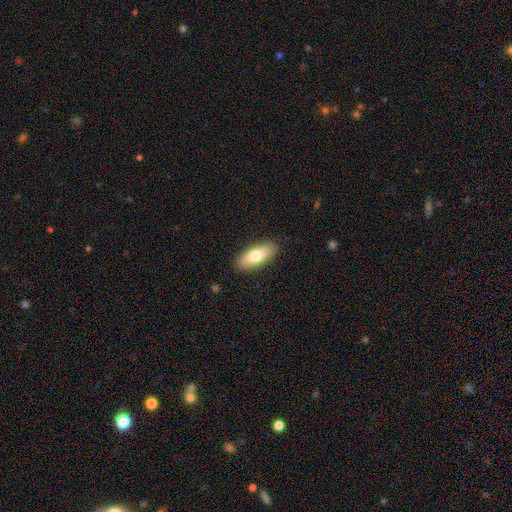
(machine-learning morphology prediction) smooth_or_featured: smooth (p=0.75) [alt: featured or disk p=0.19]
how_rounded: in between (p=0.78) [alt: cigar-shaped p=0.19]
merging: none (p=0.88) [alt: minor disturbance p=0.09]